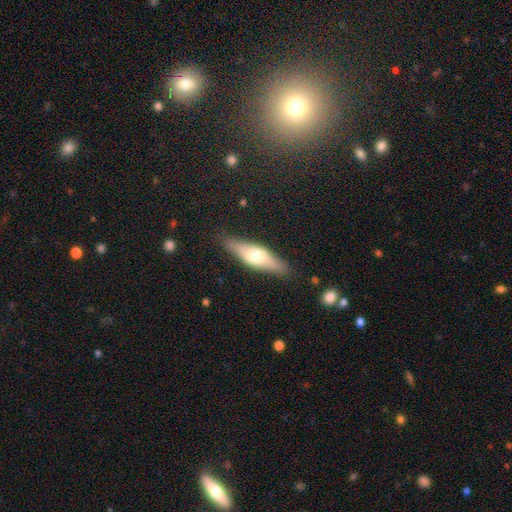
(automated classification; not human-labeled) featured or disk 48%, smooth 46%, star or artifact 6%. Down the decision tree: merging — none (83%).